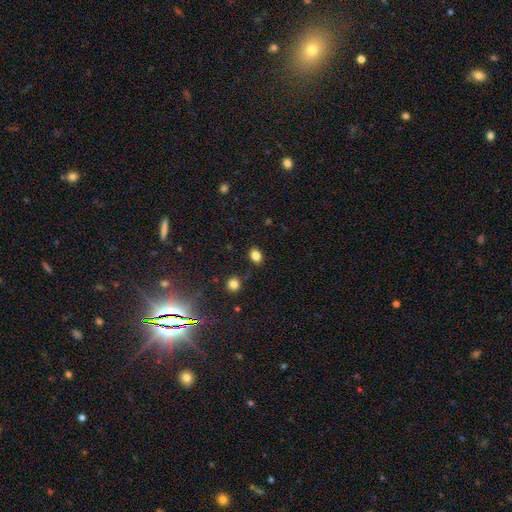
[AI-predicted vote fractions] Smooth or featured? smooth (83%)
How rounded? in between (61%)
Merging? none (82%)